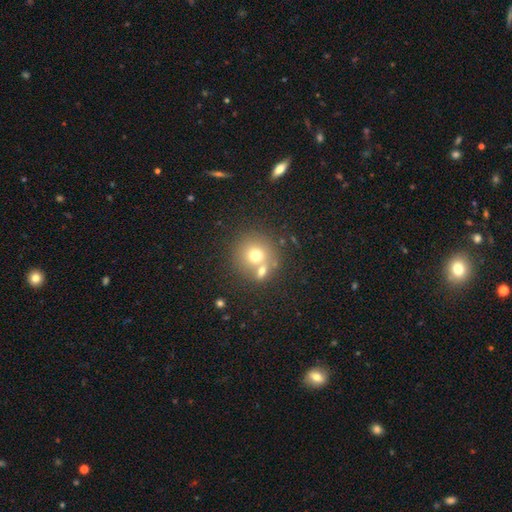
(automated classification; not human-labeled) Smooth or featured? smooth (69%)
How rounded? round (90%)
Merging? none (56%)